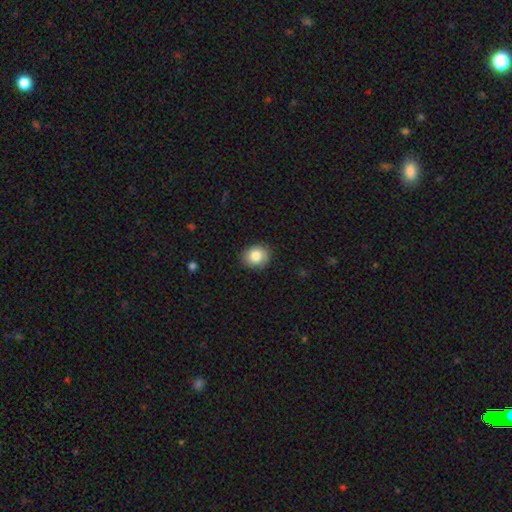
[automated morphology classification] Overall: smooth (83%). How rounded: round (63%; in between 36%). Merging: none (86%).